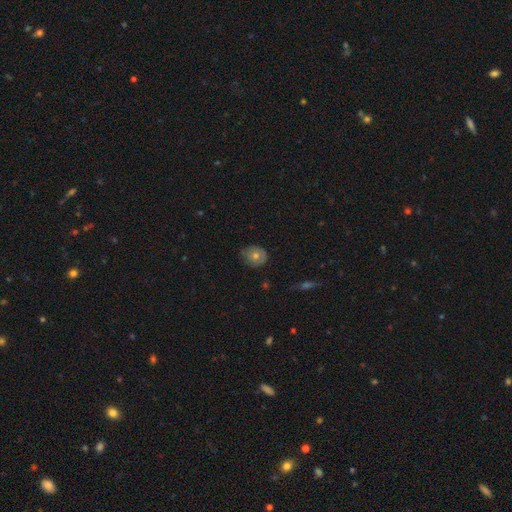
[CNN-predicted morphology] smooth_or_featured: smooth (p=0.57) [alt: featured or disk p=0.32]
how_rounded: round (p=0.79) [alt: in between p=0.20]
merging: none (p=0.69) [alt: minor disturbance p=0.25]